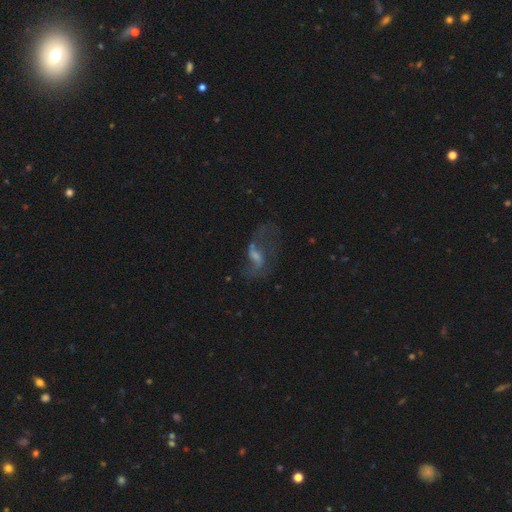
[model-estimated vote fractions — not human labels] smooth-or-featured: featured or disk: 70% | smooth: 16% | star or artifact: 14%
  disk-edge-on: no: 94% | yes: 6%
    bar: weak: 51% | no: 28% | strong: 20%
    has-spiral-arms: yes: 81% | no: 19%
      spiral-winding: loose: 74% | medium: 21% | tight: 5%
      spiral-arm-count: 2: 80% | can't tell: 8% | 1: 8% | 3: 2% | 4: 1% | more than 4: 1%
    bulge-size: small: 38% | moderate: 33% | none: 20% | large: 7% | dominant: 2%
  merging: none: 52% | major disturbance: 26% | minor disturbance: 17% | merger: 5%